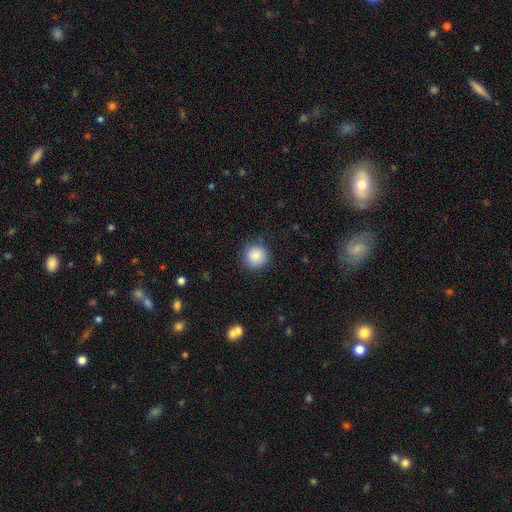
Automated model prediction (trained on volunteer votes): Smooth or featured? smooth (88%)
How rounded? round (93%)
Merging? none (83%)